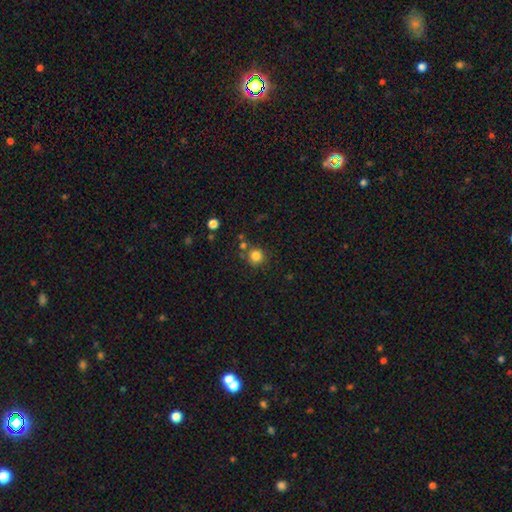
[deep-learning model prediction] Q: Smooth or featured?
A: smooth (82%); runner-up: star or artifact (12%)
Q: How rounded?
A: round (93%); runner-up: in between (6%)
Q: Merging?
A: none (77%); runner-up: minor disturbance (10%)